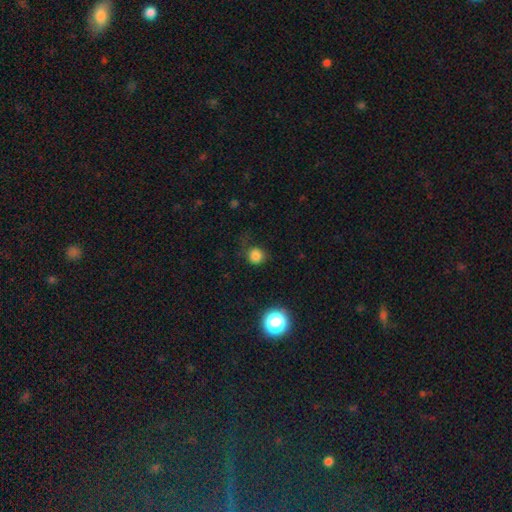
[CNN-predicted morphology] smooth 80%, star or artifact 15%, featured or disk 5%. Down the decision tree: how rounded — round (90%); merging — none (72%).